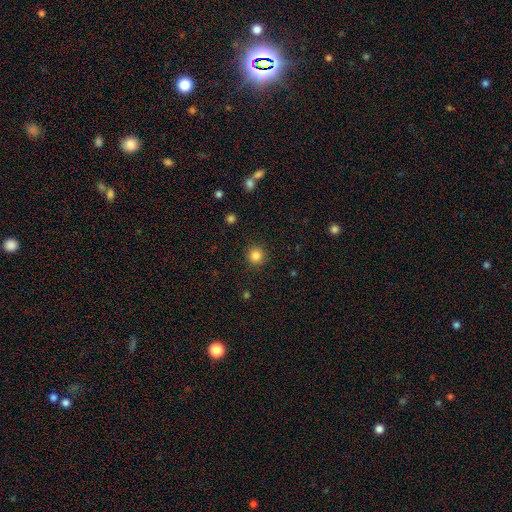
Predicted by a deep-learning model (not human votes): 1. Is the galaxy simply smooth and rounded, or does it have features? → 85% smooth, 11% star or artifact, 4% featured or disk.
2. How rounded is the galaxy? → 95% round, 4% in between, 1% cigar-shaped.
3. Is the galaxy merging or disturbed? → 91% none, 6% minor disturbance, 2% major disturbance, 1% merger.